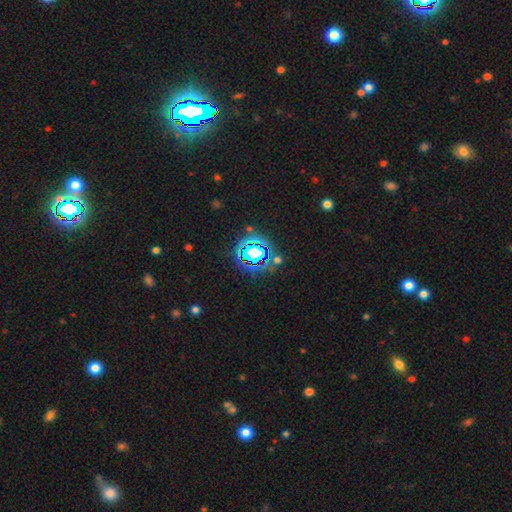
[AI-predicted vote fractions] Morphology: type=star or artifact (67%).